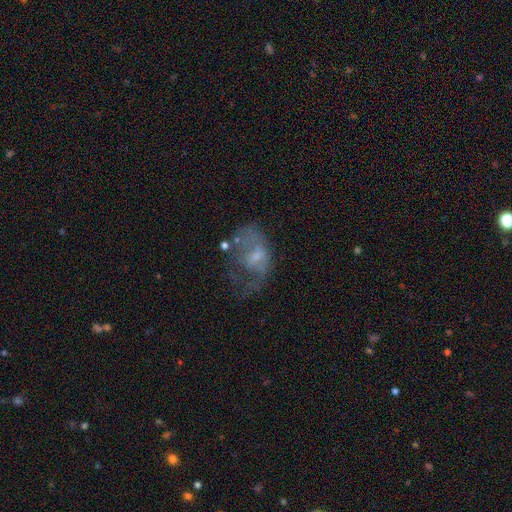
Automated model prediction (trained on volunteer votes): This appears to be a featured or disk galaxy (57%) with no bar (61%), no spiral arms (57%) and a small central bulge (47%). Merging: major disturbance (46%).